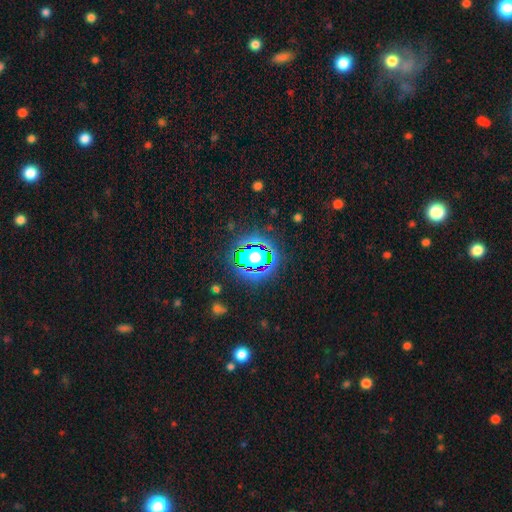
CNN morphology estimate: Smooth or featured? star or artifact (81%)